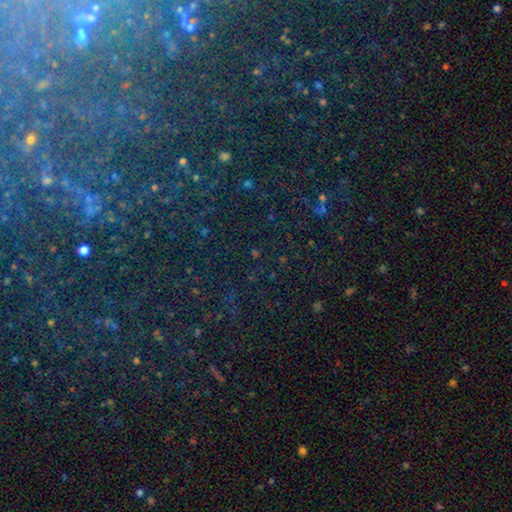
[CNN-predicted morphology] Smooth or featured?
  - star or artifact: 78% *
  - smooth: 11%
  - featured or disk: 11%